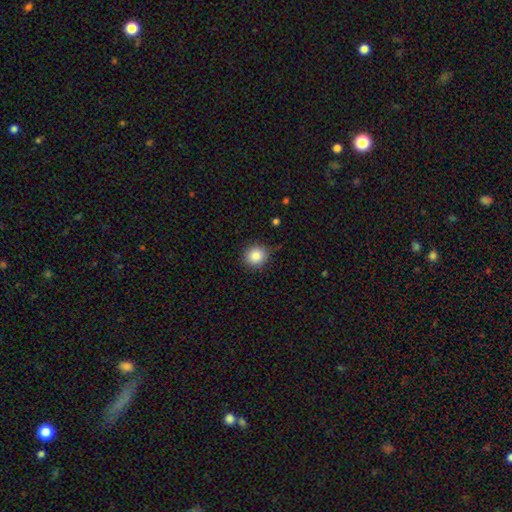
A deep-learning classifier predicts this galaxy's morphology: Smooth or featured? smooth (86%)
How rounded? round (91%)
Merging? none (86%)